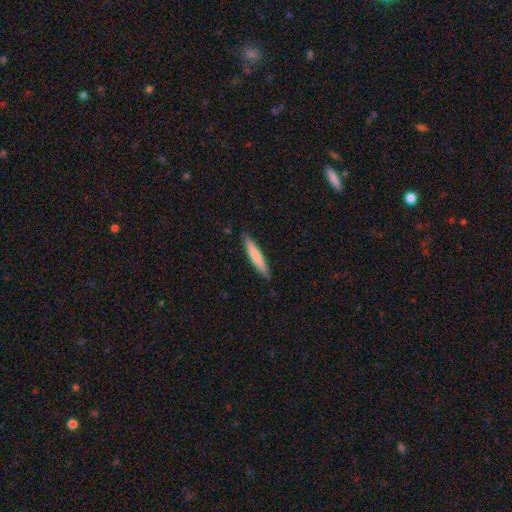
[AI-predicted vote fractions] Smooth or featured? Predicted: smooth (p=0.76). How rounded? Predicted: cigar-shaped (p=0.90). Merging? Predicted: none (p=0.88).